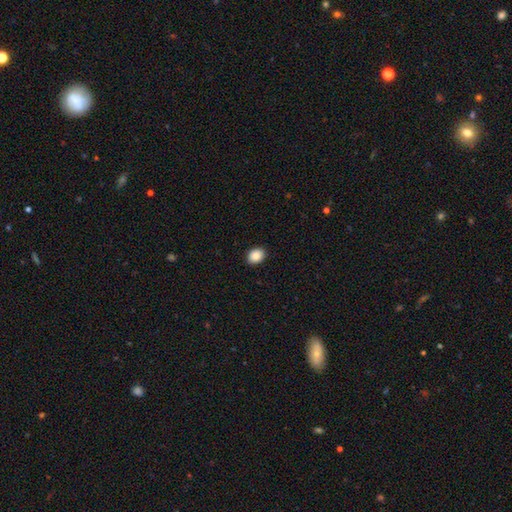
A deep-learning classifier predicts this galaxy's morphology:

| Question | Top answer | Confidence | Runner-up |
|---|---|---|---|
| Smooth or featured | smooth | 88% | star or artifact (8%) |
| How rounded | in between | 56% | round (43%) |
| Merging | none | 91% | minor disturbance (7%) |